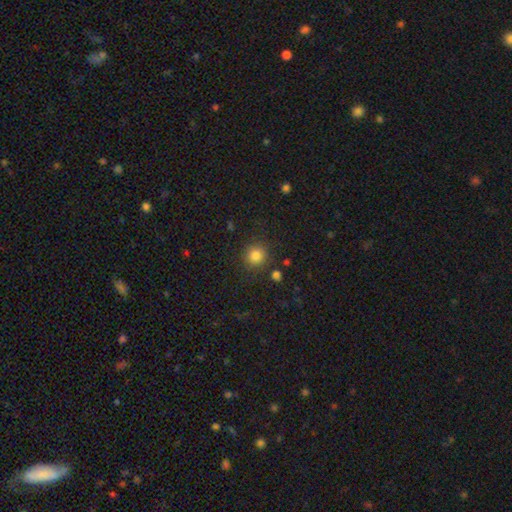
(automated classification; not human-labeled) The model was most divided on "smooth or featured": smooth: 83%, star or artifact: 12%, featured or disk: 5%. More confident: how rounded — round (92%); merging — none (85%).